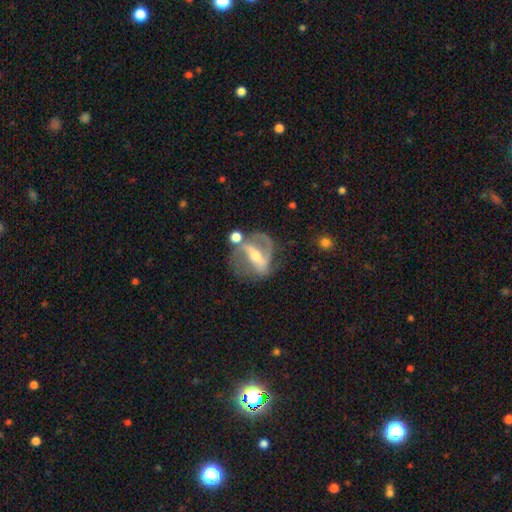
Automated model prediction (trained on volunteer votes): Morphology: type=featured or disk (81%); edge-on=no (93%); bar=strong (59%); spiral arms=yes (85%); winding=medium (46%); arm count=2 (71%); bulge=moderate (54%); merging=none (51%).